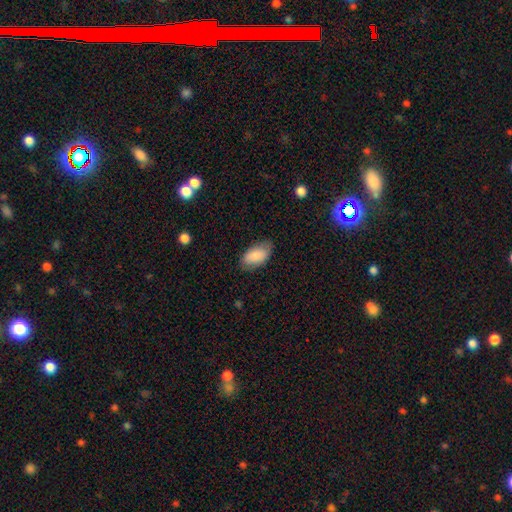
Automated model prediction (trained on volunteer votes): Smooth or featured?
  - smooth: 85% *
  - featured or disk: 8%
  - star or artifact: 6%
How rounded?
  - in between: 94% *
  - cigar-shaped: 3%
  - round: 3%
Merging?
  - none: 77% *
  - minor disturbance: 17%
  - major disturbance: 4%
  - merger: 1%